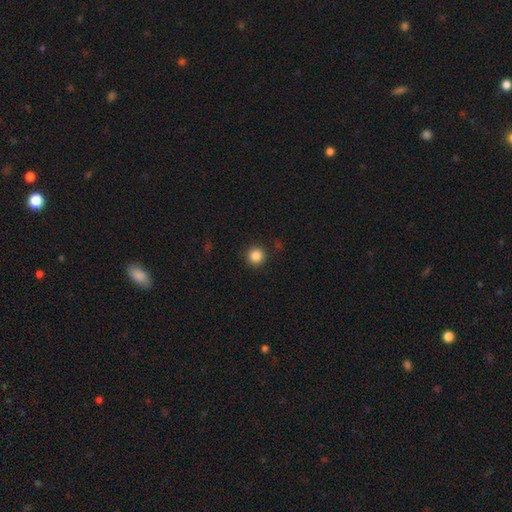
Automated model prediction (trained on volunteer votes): smooth-or-featured: smooth: 85% | star or artifact: 11% | featured or disk: 4%
  how-rounded: round: 95% | in between: 4% | cigar-shaped: 1%
  merging: none: 91% | minor disturbance: 6% | major disturbance: 2% | merger: 1%